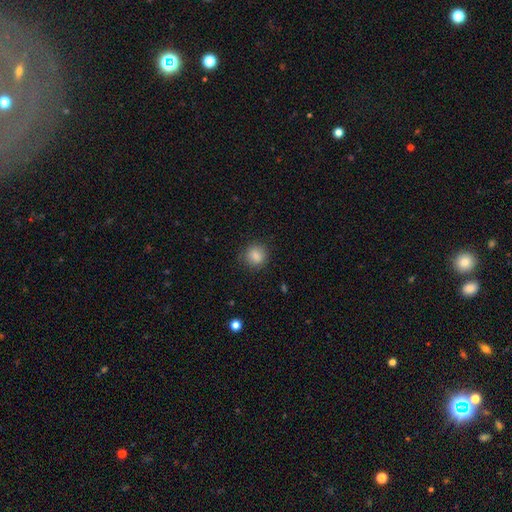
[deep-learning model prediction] Overall: smooth (85%). How rounded: round (84%). Merging: none (85%).